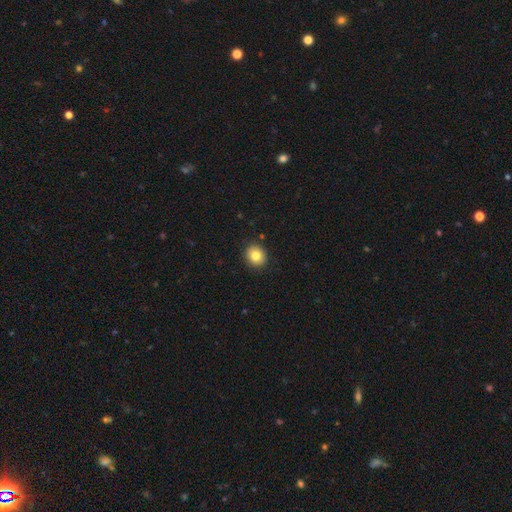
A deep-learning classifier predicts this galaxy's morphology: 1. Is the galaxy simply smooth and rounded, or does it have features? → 81% smooth, 10% featured or disk, 9% star or artifact.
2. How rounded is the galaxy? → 86% round, 13% in between, 1% cigar-shaped.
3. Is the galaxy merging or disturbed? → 91% none, 6% minor disturbance, 2% major disturbance, 1% merger.